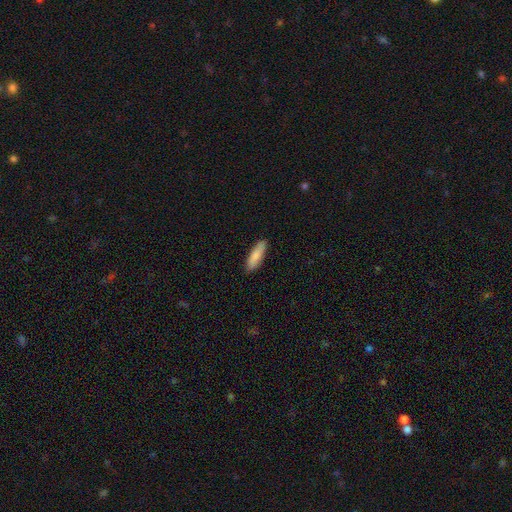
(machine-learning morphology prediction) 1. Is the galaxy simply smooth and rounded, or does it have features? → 85% smooth, 9% featured or disk, 5% star or artifact.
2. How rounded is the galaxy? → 58% cigar-shaped, 41% in between, 1% round.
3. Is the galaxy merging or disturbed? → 88% none, 9% minor disturbance, 2% major disturbance, 1% merger.